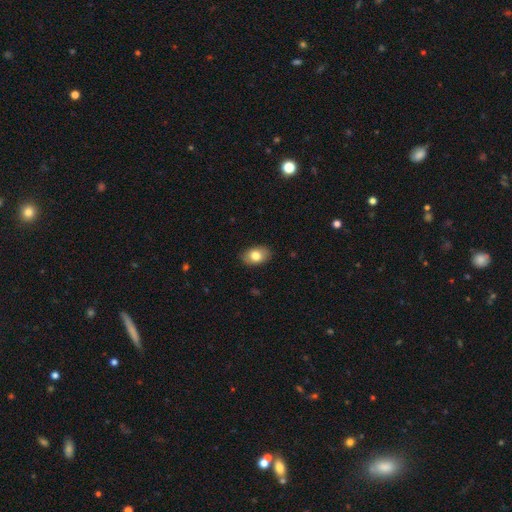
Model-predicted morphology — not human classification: Q: Smooth or featured?
A: smooth (80%); runner-up: featured or disk (12%)
Q: How rounded?
A: in between (85%); runner-up: round (14%)
Q: Merging?
A: none (87%); runner-up: minor disturbance (10%)